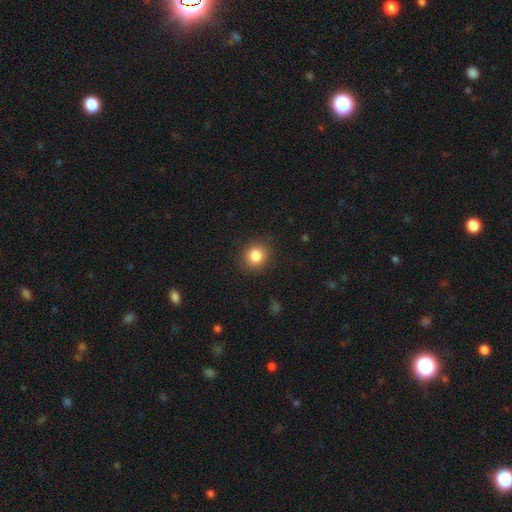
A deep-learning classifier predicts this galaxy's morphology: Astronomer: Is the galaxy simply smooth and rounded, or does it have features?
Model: smooth — 84%.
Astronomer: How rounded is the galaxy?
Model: round — 84%.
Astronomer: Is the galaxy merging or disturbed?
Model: none — 88%.